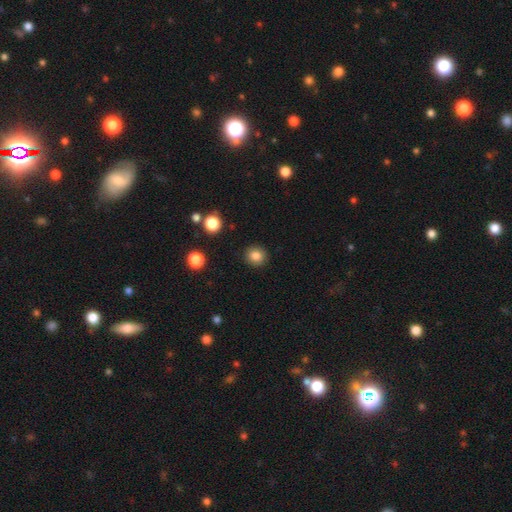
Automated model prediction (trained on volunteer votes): Smooth or featured? Predicted: smooth (p=0.84). How rounded? Predicted: round (p=0.88). Merging? Predicted: none (p=0.91).